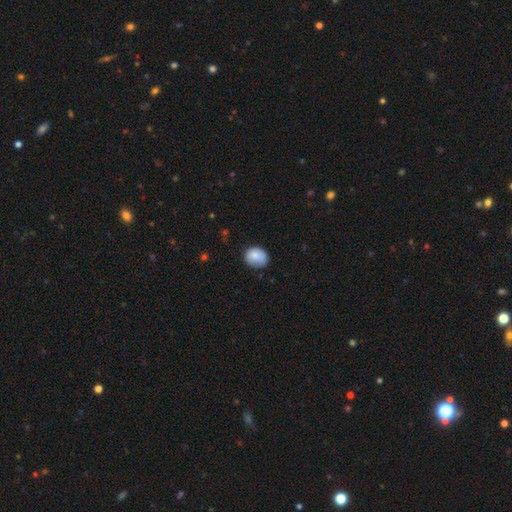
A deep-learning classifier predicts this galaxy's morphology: A smooth galaxy with no disk features (86%) that is round (59%).

Vote fractions:
- Smooth or featured? smooth: 86% / star or artifact: 8% / featured or disk: 6%
- How rounded? round: 59% / in between: 40% / cigar-shaped: 1%
- Merging? none: 71% / minor disturbance: 23% / major disturbance: 4% / merger: 1%